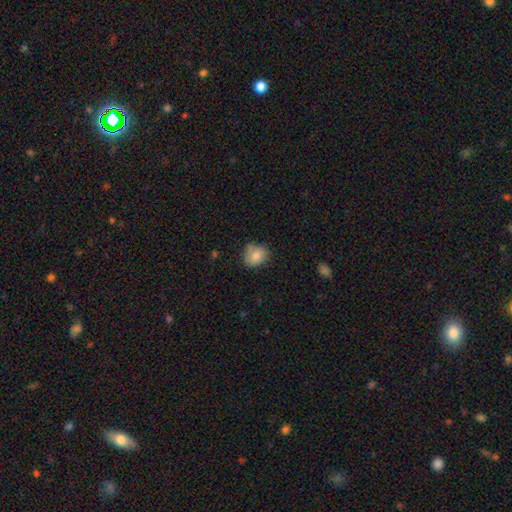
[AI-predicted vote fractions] The model was most divided on "how rounded": round: 68%, in between: 31%, cigar-shaped: 1%. More confident: smooth or featured — smooth (81%); merging — none (66%).